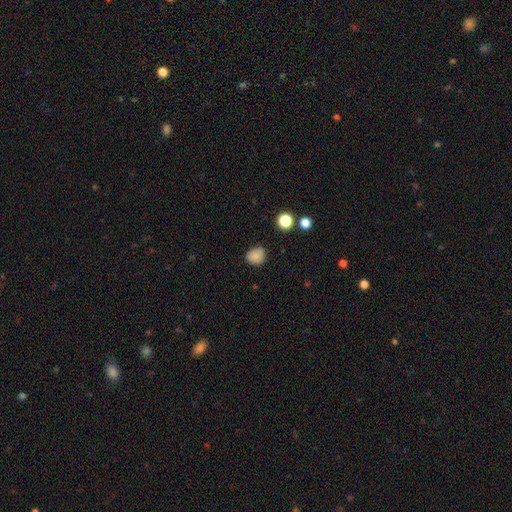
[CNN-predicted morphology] A smooth galaxy with no disk features (84%) that is round (73%). Merging: none (80%).